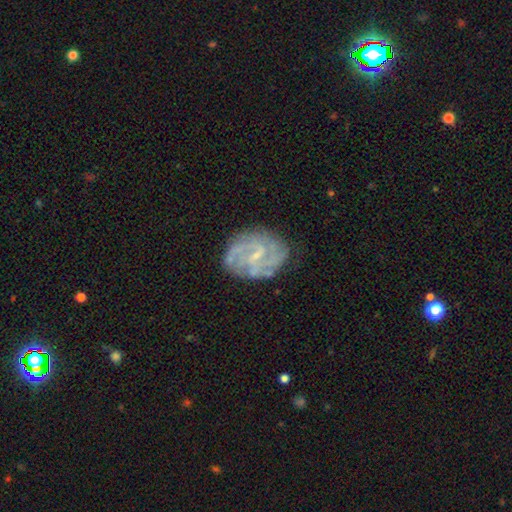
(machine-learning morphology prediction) type=featured or disk (79%); edge-on=no (97%); bar=weak (55%); spiral arms=yes (90%); winding=tight (48%); arm count=can't tell (34%); bulge=small (67%); merging=none (76%).